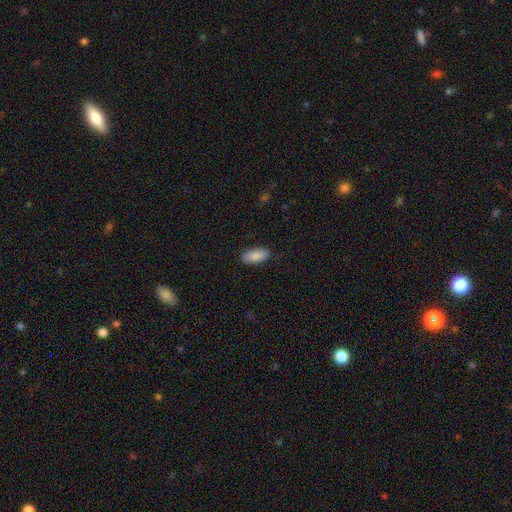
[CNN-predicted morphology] Smooth or featured?
  - smooth: 89% *
  - star or artifact: 6%
  - featured or disk: 5%
How rounded?
  - in between: 88% *
  - cigar-shaped: 11%
  - round: 2%
Merging?
  - none: 87% *
  - minor disturbance: 10%
  - major disturbance: 2%
  - merger: 1%